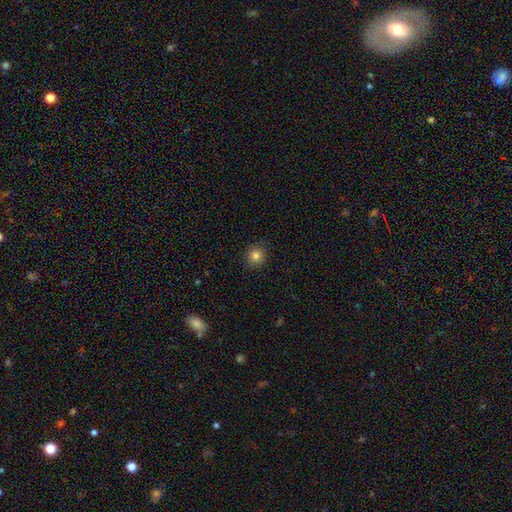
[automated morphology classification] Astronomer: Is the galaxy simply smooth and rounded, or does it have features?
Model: smooth — 82%.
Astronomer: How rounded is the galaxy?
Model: round — 90%.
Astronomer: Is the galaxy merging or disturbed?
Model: none — 90%.